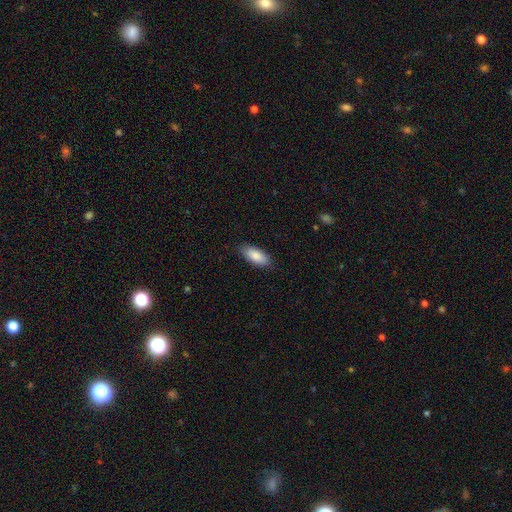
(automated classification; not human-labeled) Smooth or featured?
  - smooth: 87% *
  - featured or disk: 7%
  - star or artifact: 6%
How rounded?
  - in between: 84% *
  - cigar-shaped: 14%
  - round: 2%
Merging?
  - none: 86% *
  - minor disturbance: 11%
  - major disturbance: 2%
  - merger: 1%